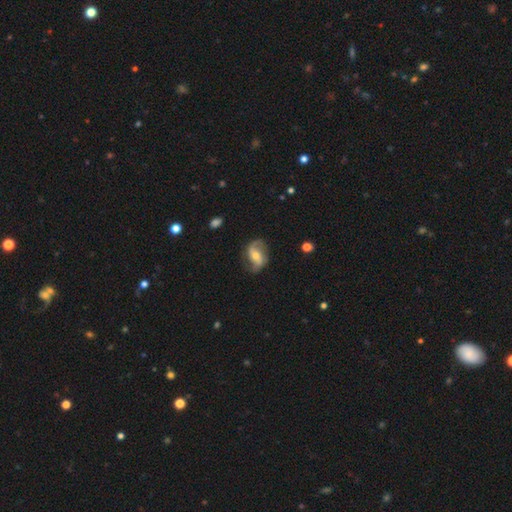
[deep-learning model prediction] A featured or disk galaxy (74%) with a weak bar (36%), 2 (88%) loose (60%) spiral arms (89%) and a moderate central bulge (58%). Merging: none (71%).